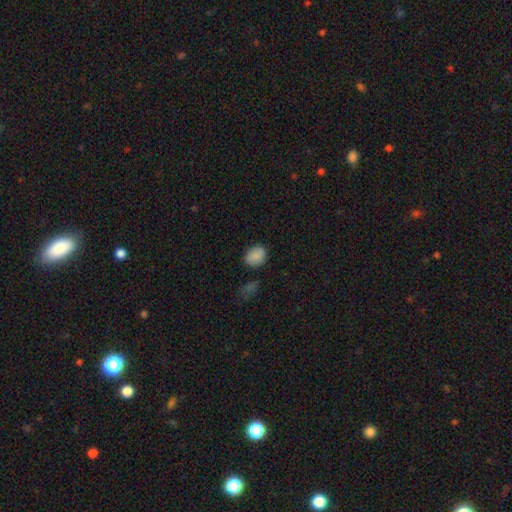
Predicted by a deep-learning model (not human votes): Q: Smooth or featured?
A: smooth (85%); runner-up: star or artifact (10%)
Q: How rounded?
A: in between (51%); runner-up: round (48%)
Q: Merging?
A: none (78%); runner-up: minor disturbance (15%)